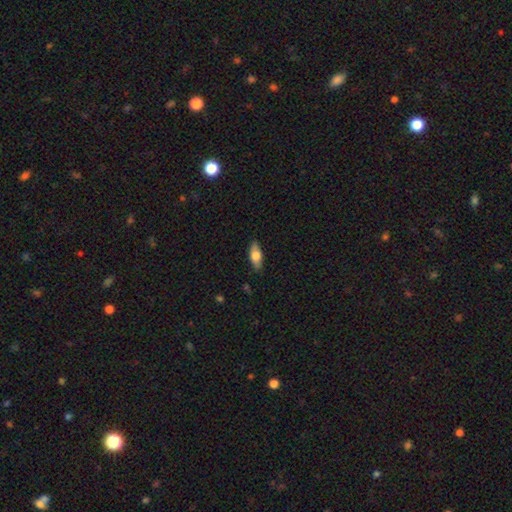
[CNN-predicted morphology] This is likely a smooth galaxy (67%). How rounded: likely in between (79%). Merging: clearly none (86%).